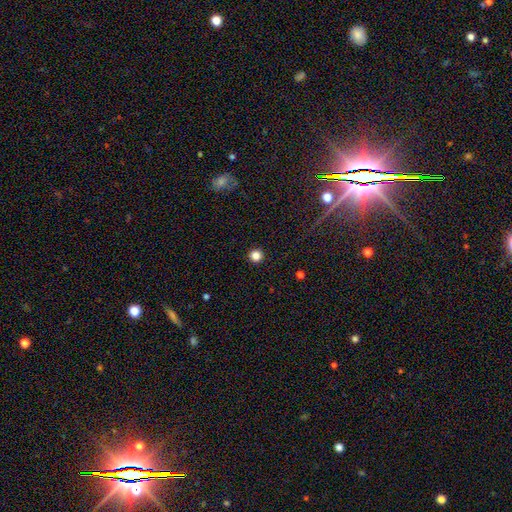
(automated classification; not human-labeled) This is clearly a smooth galaxy (84%). How rounded: clearly round (96%). Merging: clearly none (94%).